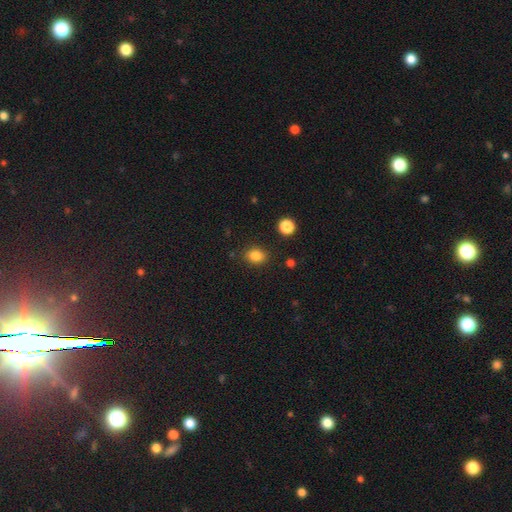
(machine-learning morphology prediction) smooth 84%, star or artifact 11%, featured or disk 5%. Down the decision tree: how rounded — in between (62%); merging — none (85%).